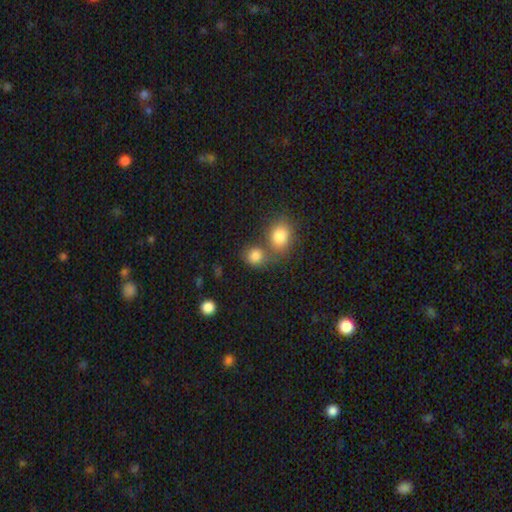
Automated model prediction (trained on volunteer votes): A smooth galaxy with no disk features (83%) that is round (71%). Merging: none (46%).